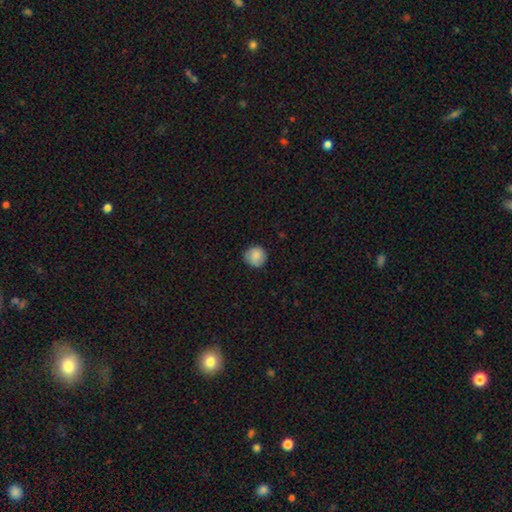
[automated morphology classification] A smooth galaxy with no disk features (87%) that is round (94%). Merging: none (87%).